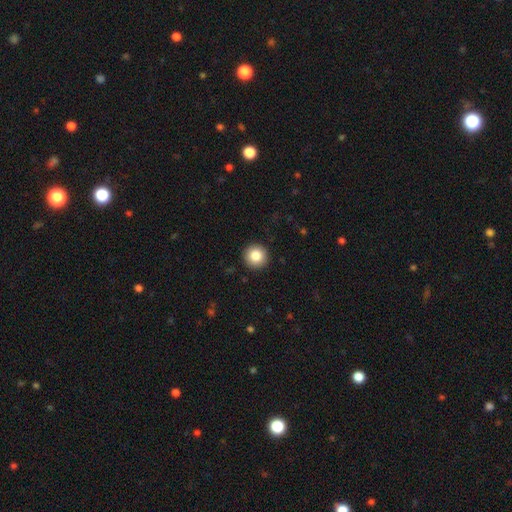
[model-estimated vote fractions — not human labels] smooth_or_featured: smooth (p=0.85) [alt: star or artifact p=0.09]
how_rounded: round (p=0.96) [alt: in between p=0.03]
merging: none (p=0.93) [alt: minor disturbance p=0.05]